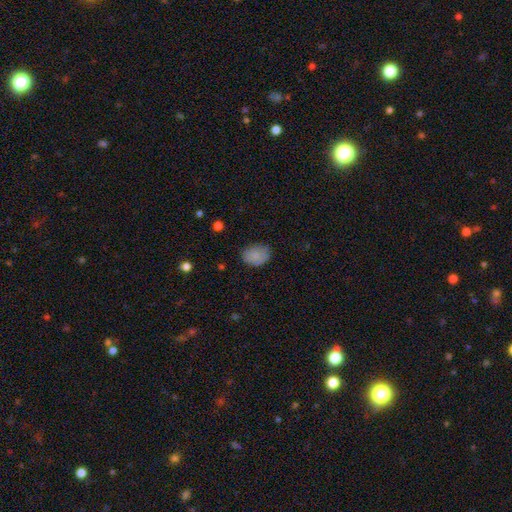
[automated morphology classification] This is clearly a smooth galaxy (84%). How rounded: likely in between (66%). Merging: likely none (78%).